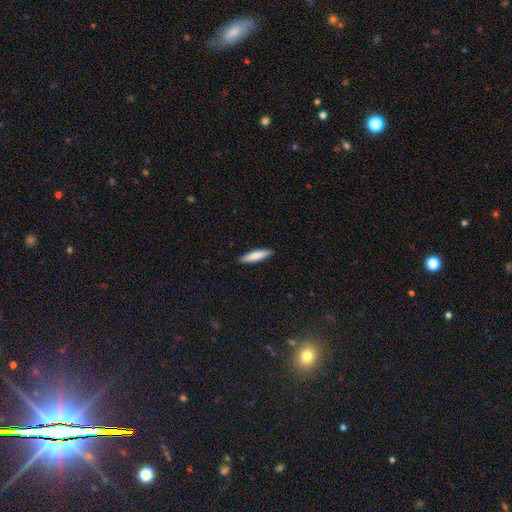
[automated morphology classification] Smooth or featured? Predicted: smooth (p=0.80). How rounded? Predicted: cigar-shaped (p=0.76). Merging? Predicted: none (p=0.89).